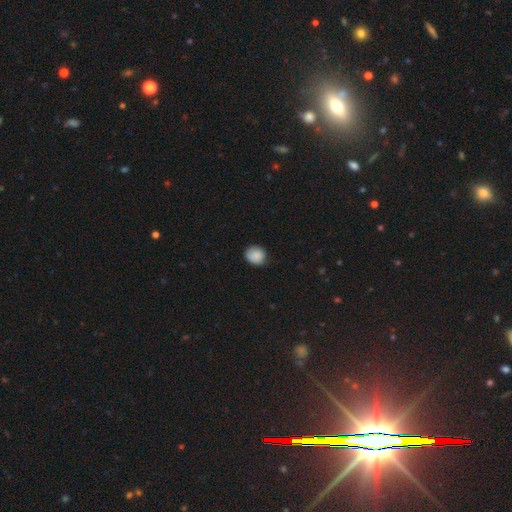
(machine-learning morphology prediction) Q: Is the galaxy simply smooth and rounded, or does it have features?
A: smooth — 86%.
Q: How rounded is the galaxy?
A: round — 81%.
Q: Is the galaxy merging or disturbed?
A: none — 77%.